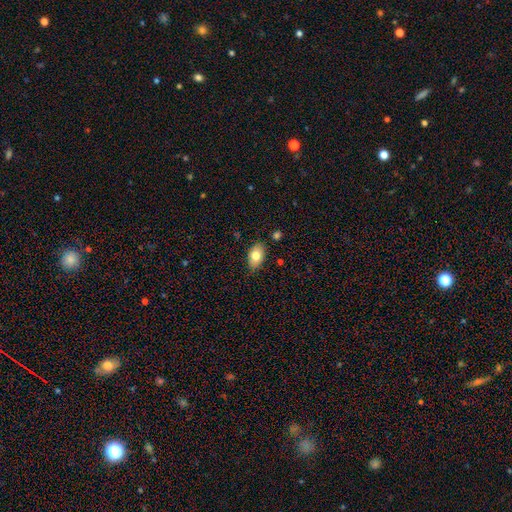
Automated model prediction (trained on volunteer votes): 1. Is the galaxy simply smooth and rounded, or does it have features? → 78% smooth, 15% featured or disk, 8% star or artifact.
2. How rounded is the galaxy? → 88% in between, 10% round, 2% cigar-shaped.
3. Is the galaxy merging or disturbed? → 81% none, 15% minor disturbance, 2% major disturbance, 2% merger.